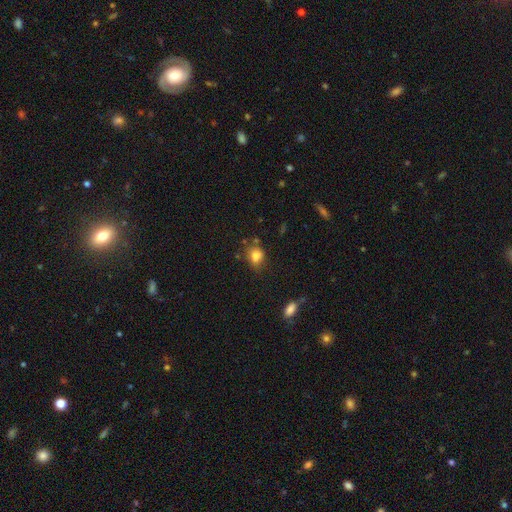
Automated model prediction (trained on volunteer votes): Morphology: type=smooth (81%); roundness=round (53%); merging=none (59%).